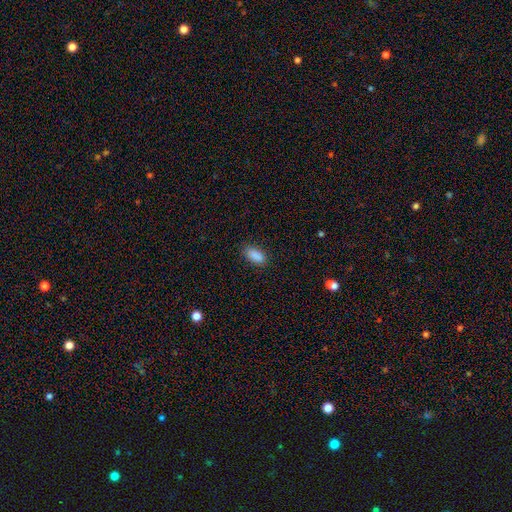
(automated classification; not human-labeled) This is clearly a smooth galaxy (89%). How rounded: clearly in between (86%). Merging: clearly none (86%).